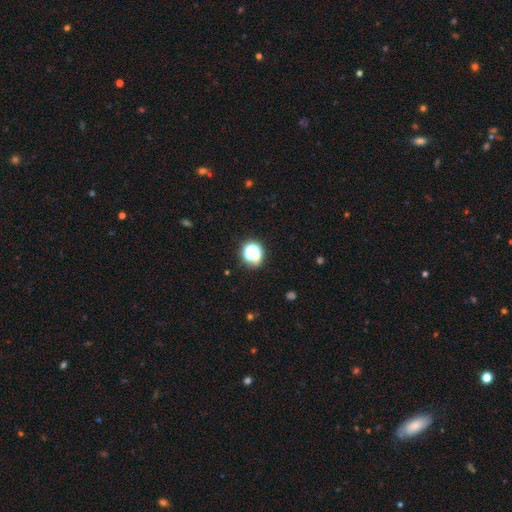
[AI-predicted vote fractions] This is possibly a smooth galaxy (50%). Merging: likely none (74%).